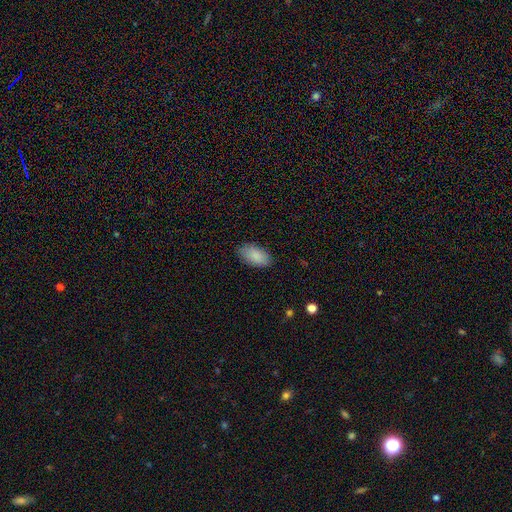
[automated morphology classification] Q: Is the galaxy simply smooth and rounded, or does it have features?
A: smooth — 89%.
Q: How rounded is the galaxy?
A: in between — 95%.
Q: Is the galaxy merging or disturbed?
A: none — 85%.